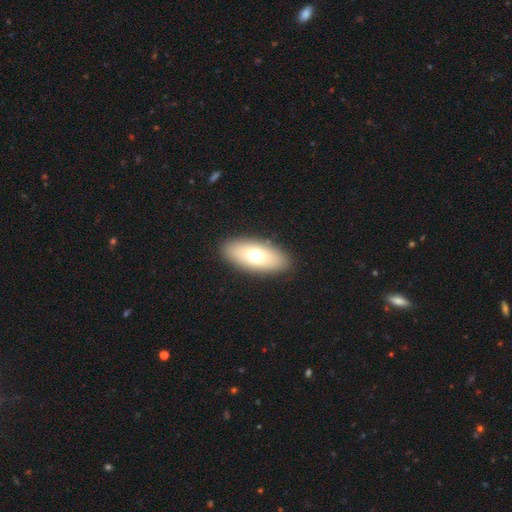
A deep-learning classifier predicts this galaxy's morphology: type=smooth (67%); roundness=in between (85%); merging=none (89%).